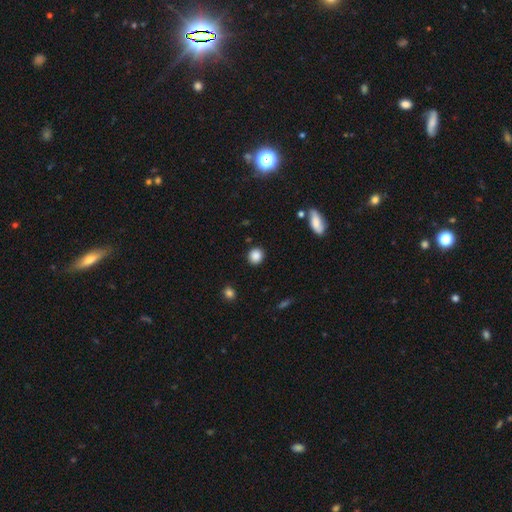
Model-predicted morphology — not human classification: Smooth or featured? Predicted: smooth (p=0.87). How rounded? Predicted: round (p=0.88). Merging? Predicted: none (p=0.89).